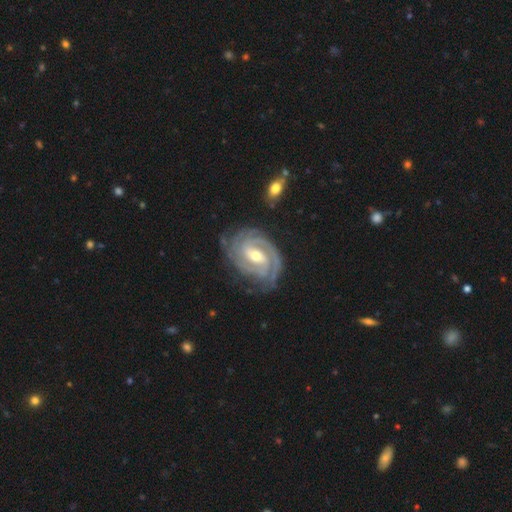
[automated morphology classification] Smooth or featured?
  - featured or disk: 93% *
  - star or artifact: 4%
  - smooth: 4%
Edge-on disk?
  - no: 97% *
  - yes: 3%
Bar?
  - weak: 46% *
  - strong: 32%
  - no: 22%
Spiral arms?
  - yes: 98% *
  - no: 2%
Spiral winding?
  - tight: 79% *
  - medium: 19%
  - loose: 3%
Spiral arm count?
  - 2: 35% *
  - 3: 32%
  - can't tell: 12%
  - 4: 11%
  - more than 4: 5%
  - 1: 5%
Bulge size?
  - moderate: 59% *
  - small: 37%
  - large: 2%
  - none: 1%
  - dominant: 1%
Merging?
  - none: 77% *
  - minor disturbance: 17%
  - major disturbance: 5%
  - merger: 2%